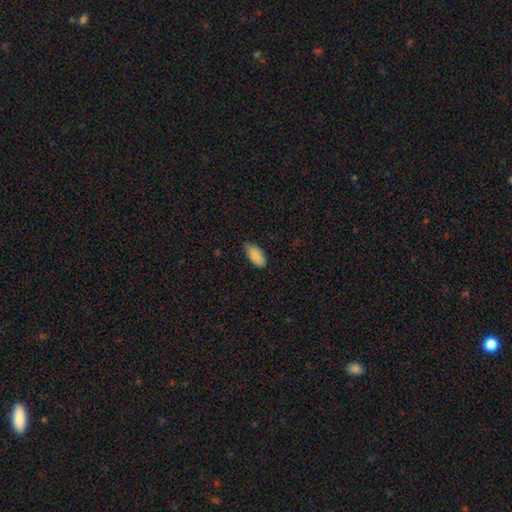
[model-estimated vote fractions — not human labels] This appears to be a smooth galaxy with no disk features (88%) that is in between round and cigar-shaped (93%). Merging: none (71%).